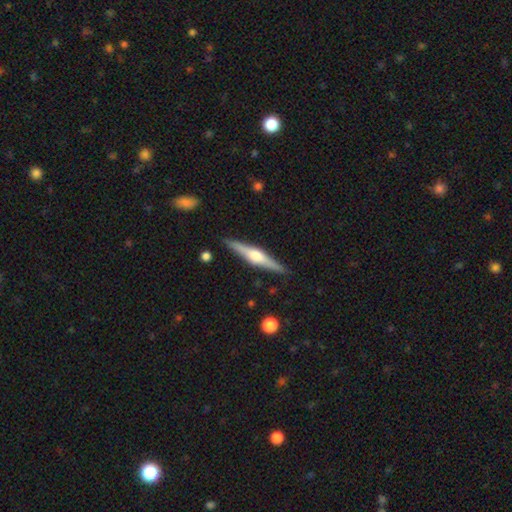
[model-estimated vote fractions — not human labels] Smooth or featured? Predicted: featured or disk (p=0.75). Edge-on disk? Predicted: yes (p=0.98). Edge-on bulge? Predicted: rounded (p=0.90). Merging? Predicted: none (p=0.90).